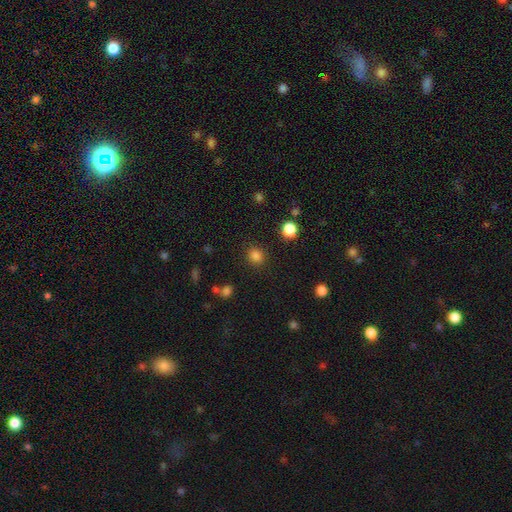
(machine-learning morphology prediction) Smooth or featured?
  - smooth: 83% *
  - star or artifact: 13%
  - featured or disk: 4%
How rounded?
  - round: 85% *
  - in between: 14%
  - cigar-shaped: 1%
Merging?
  - none: 88% *
  - minor disturbance: 7%
  - major disturbance: 3%
  - merger: 2%